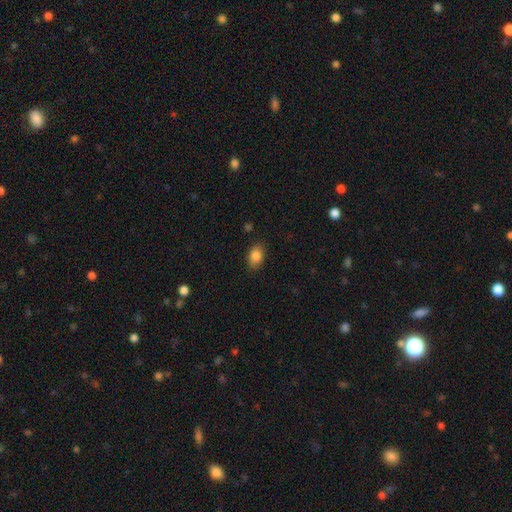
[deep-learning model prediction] The model was most divided on "how rounded": in between: 82%, round: 16%, cigar-shaped: 2%. More confident: smooth or featured — smooth (85%); merging — none (84%).